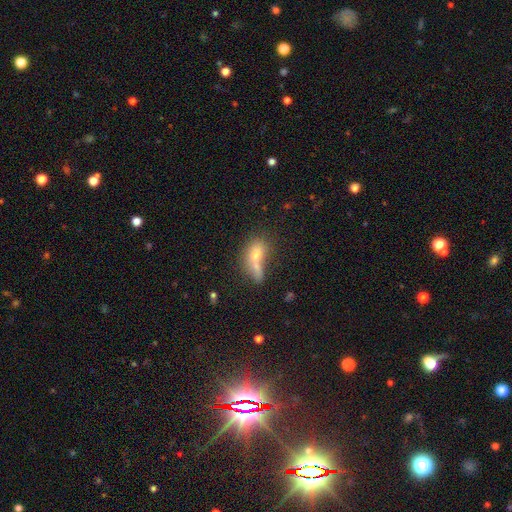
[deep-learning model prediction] Q: Smooth or featured?
A: smooth (64%); runner-up: featured or disk (23%)
Q: How rounded?
A: in between (65%); runner-up: round (23%)
Q: Merging?
A: merger (47%); runner-up: none (29%)